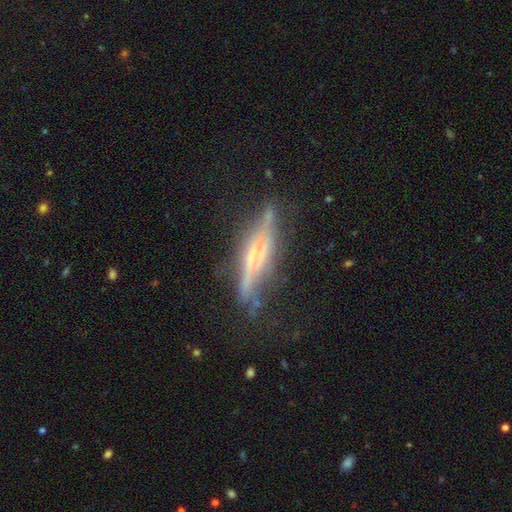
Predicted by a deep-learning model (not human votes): smooth-or-featured: featured or disk: 75% | smooth: 16% | star or artifact: 9%
  disk-edge-on: yes: 89% | no: 11%
    edge-on-bulge: rounded: 40% | boxy: 31% | none: 29%
  merging: none: 62% | minor disturbance: 24% | major disturbance: 11% | merger: 3%